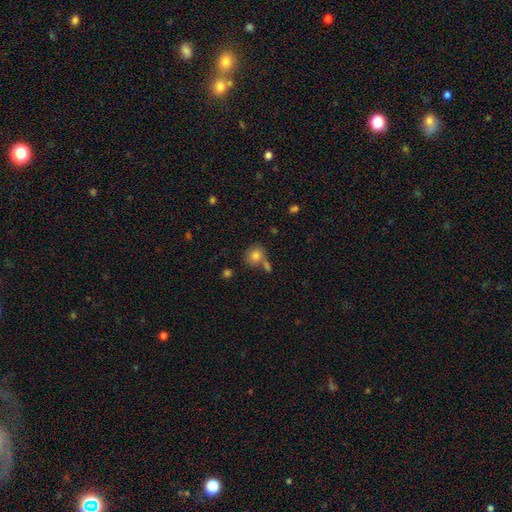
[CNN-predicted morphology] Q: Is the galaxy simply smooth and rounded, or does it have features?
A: smooth — 81%.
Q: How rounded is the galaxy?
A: round — 71%.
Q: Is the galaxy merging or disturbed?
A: none — 58%.